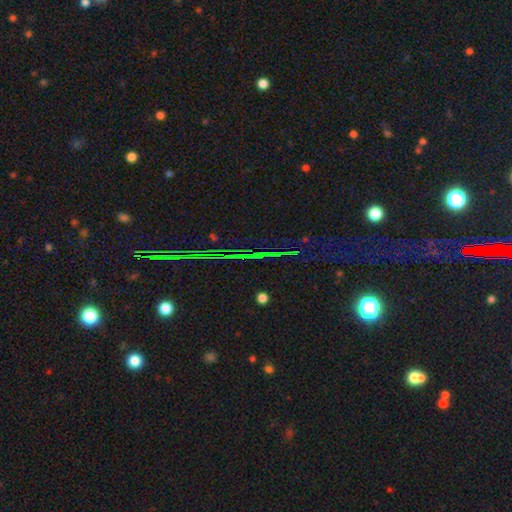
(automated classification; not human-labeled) Morphology: type=star or artifact (77%).